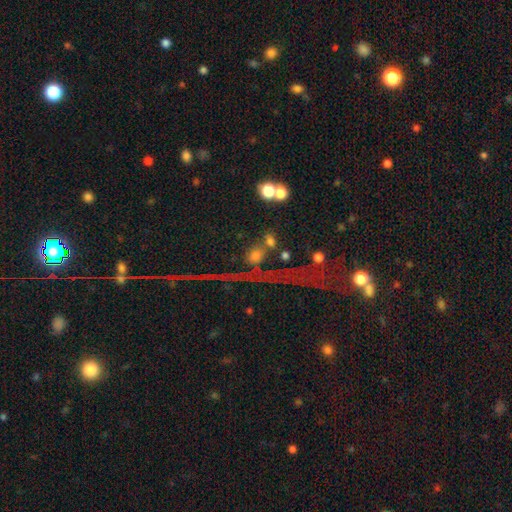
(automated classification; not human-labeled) The model was most divided on "smooth or featured": smooth: 44%, star or artifact: 42%, featured or disk: 14%. More confident: merging — none (66%).